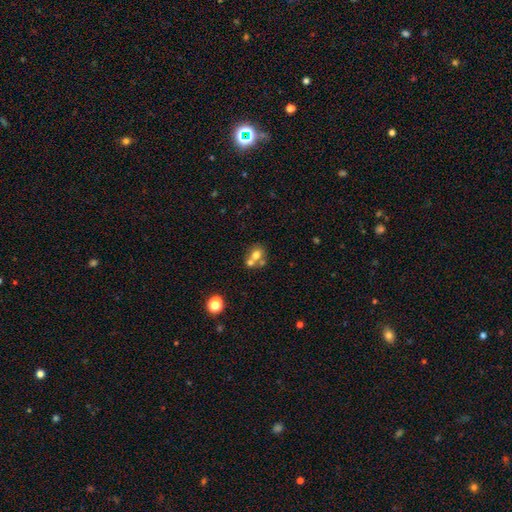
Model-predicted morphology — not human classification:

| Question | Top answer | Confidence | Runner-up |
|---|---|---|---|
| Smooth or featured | smooth | 65% | featured or disk (22%) |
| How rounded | round | 63% | in between (36%) |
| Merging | merger | 51% | none (37%) |